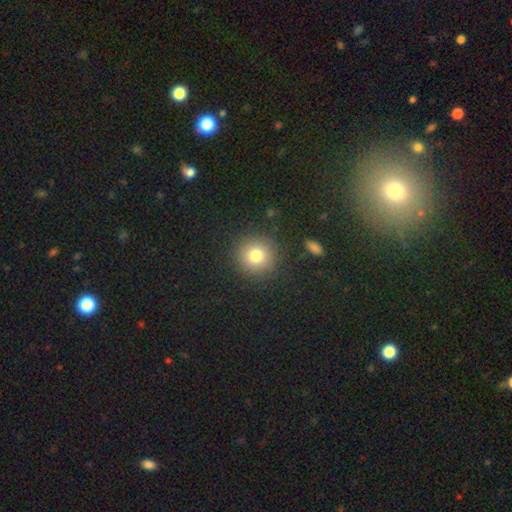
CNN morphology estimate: Q: Smooth or featured?
A: smooth (78%); runner-up: star or artifact (12%)
Q: How rounded?
A: round (93%); runner-up: in between (6%)
Q: Merging?
A: none (89%); runner-up: minor disturbance (7%)